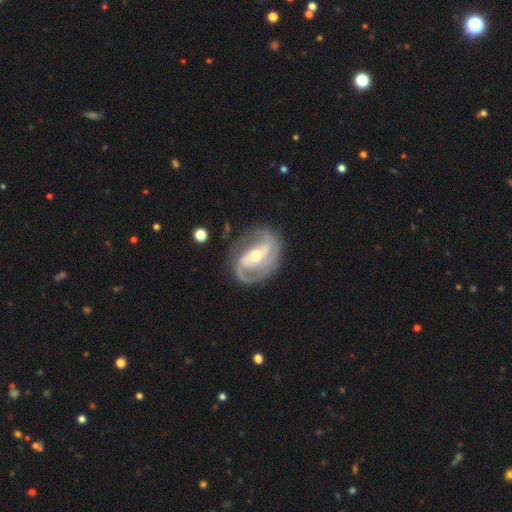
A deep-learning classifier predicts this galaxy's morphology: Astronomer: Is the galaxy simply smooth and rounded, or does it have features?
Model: featured or disk — 88%.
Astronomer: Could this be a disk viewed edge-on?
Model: no — 97%.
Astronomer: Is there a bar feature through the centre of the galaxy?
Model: strong — 36%, tied with weak at 36%.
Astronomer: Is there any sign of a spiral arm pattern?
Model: yes — 95%.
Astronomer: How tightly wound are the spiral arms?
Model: medium — 47% (runner-up: tight, 35%).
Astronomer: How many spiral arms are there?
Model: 2 — 73%.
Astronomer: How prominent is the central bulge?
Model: moderate — 56% (runner-up: small, 39%).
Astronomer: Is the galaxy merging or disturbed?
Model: none — 72%.